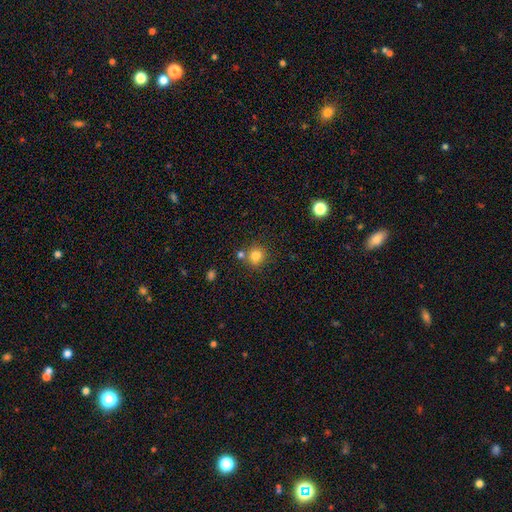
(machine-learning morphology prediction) A smooth galaxy with no disk features (80%) that is round (89%). Merging: none (70%).